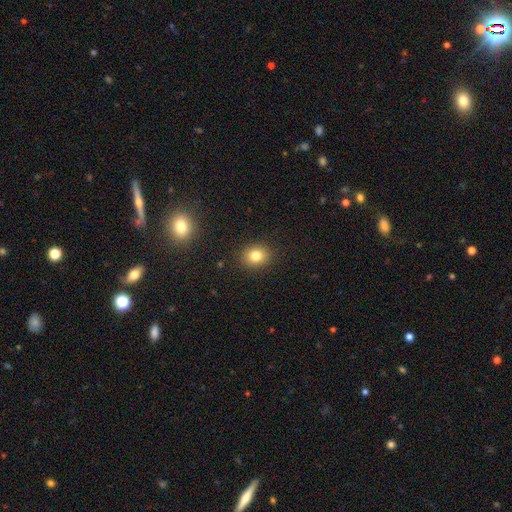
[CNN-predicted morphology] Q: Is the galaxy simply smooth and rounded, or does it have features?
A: smooth — 81%.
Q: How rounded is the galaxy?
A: round — 66%.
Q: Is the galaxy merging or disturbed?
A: none — 89%.